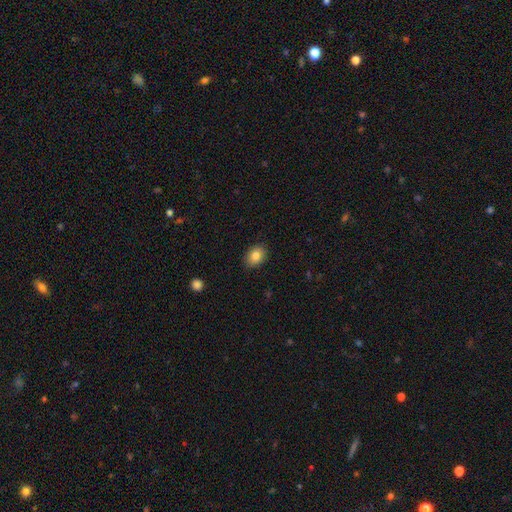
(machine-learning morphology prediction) Smooth or featured: smooth — 83% (star or artifact — 9%)
How rounded: in between — 63% (round — 36%)
Merging: none — 88% (minor disturbance — 9%)